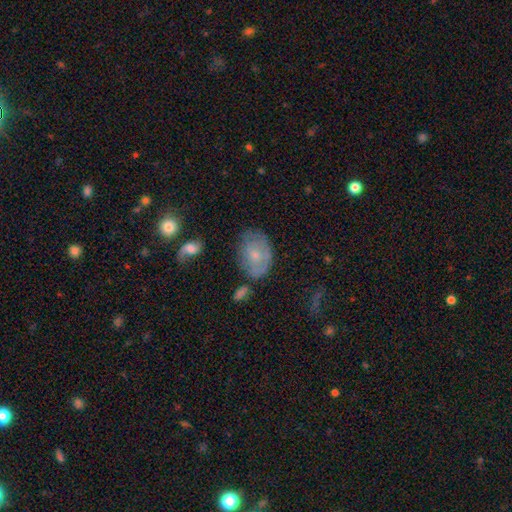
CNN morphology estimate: Smooth or featured: smooth — 53% (featured or disk — 38%)
How rounded: in between — 77% (round — 22%)
Merging: none — 56% (minor disturbance — 28%)